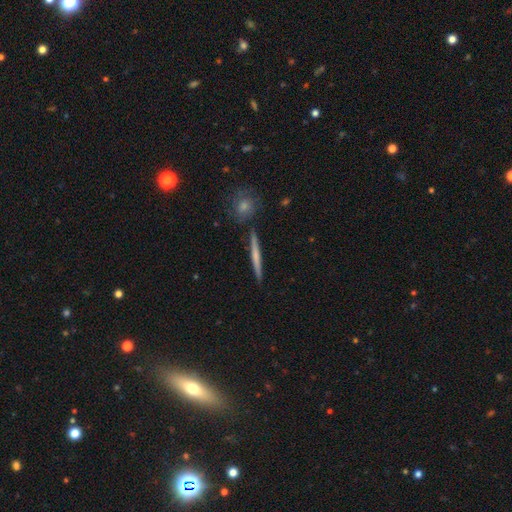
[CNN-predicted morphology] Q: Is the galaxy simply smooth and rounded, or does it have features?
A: smooth — 48%.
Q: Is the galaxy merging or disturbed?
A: none — 89%.